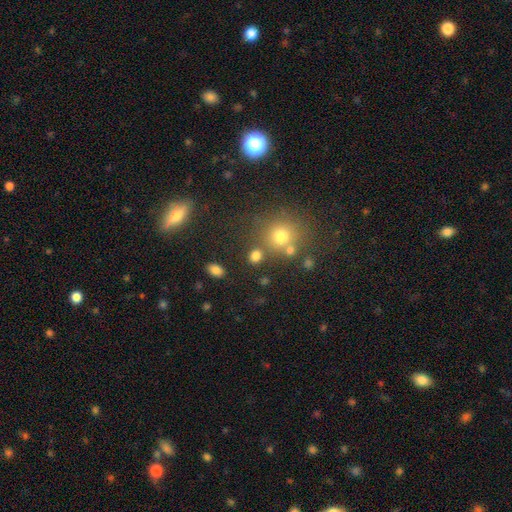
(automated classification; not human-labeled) smooth 76%, star or artifact 16%, featured or disk 8%. Down the decision tree: how rounded — round (71%); merging — none (73%).